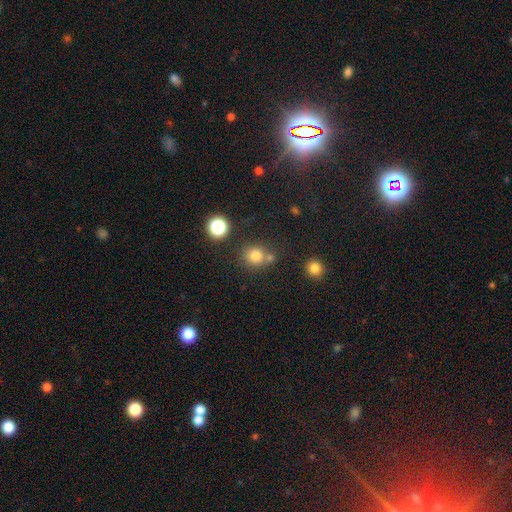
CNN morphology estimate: smooth-or-featured: smooth: 79% | star or artifact: 15% | featured or disk: 7%
  how-rounded: round: 87% | in between: 12% | cigar-shaped: 1%
  merging: none: 66% | merger: 20% | minor disturbance: 10% | major disturbance: 4%